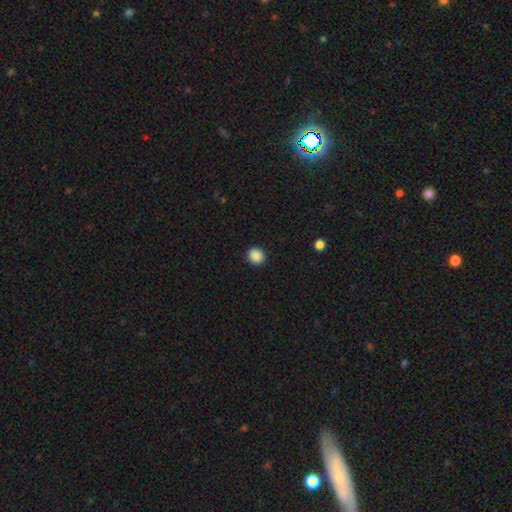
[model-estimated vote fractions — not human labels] Smooth or featured?
  - smooth: 88% *
  - star or artifact: 9%
  - featured or disk: 2%
How rounded?
  - round: 80% *
  - in between: 20%
  - cigar-shaped: 1%
Merging?
  - none: 91% *
  - minor disturbance: 6%
  - major disturbance: 2%
  - merger: 1%